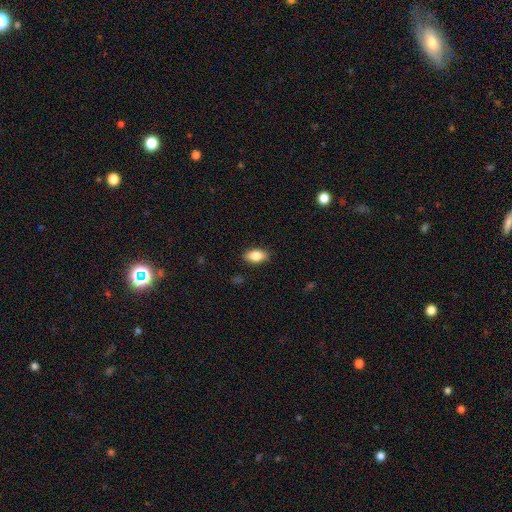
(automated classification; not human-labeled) Q: Smooth or featured?
A: smooth (84%); runner-up: featured or disk (9%)
Q: How rounded?
A: in between (90%); runner-up: round (6%)
Q: Merging?
A: none (88%); runner-up: minor disturbance (9%)